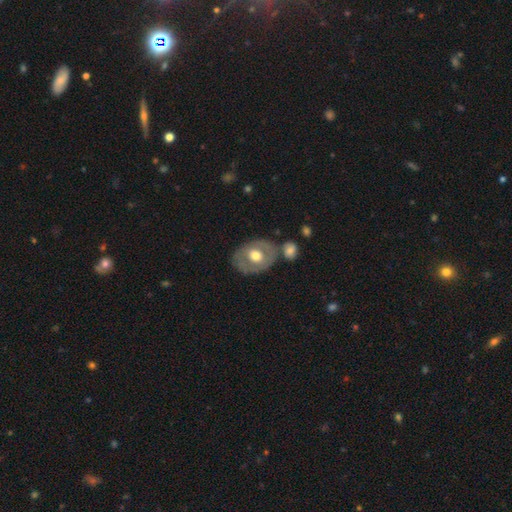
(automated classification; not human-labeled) Smooth or featured? smooth (48%)
Merging? none (69%)